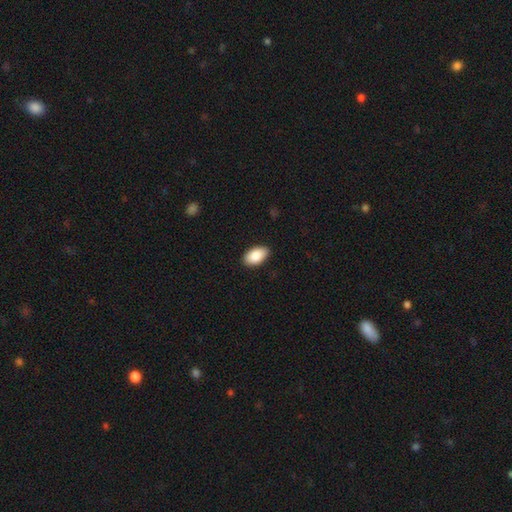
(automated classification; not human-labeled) This appears to be a smooth galaxy with no disk features (88%) that is in between round and cigar-shaped (95%). Merging: none (89%).